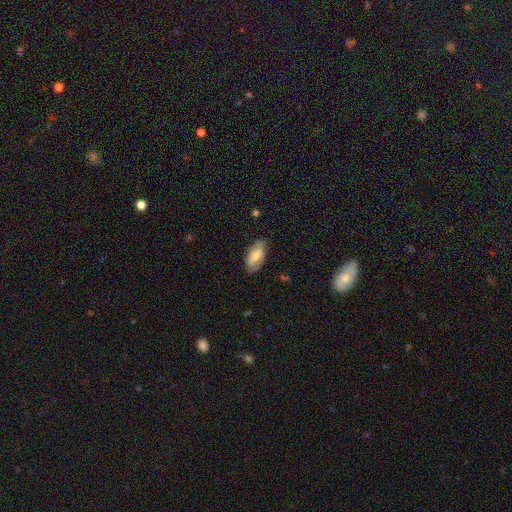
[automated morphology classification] A smooth galaxy with no disk features (59%) that is in between round and cigar-shaped (90%).

Vote fractions:
- Smooth or featured? smooth: 59% / featured or disk: 34% / star or artifact: 6%
- How rounded? in between: 90% / cigar-shaped: 7% / round: 3%
- Merging? none: 76% / minor disturbance: 18% / major disturbance: 4% / merger: 1%